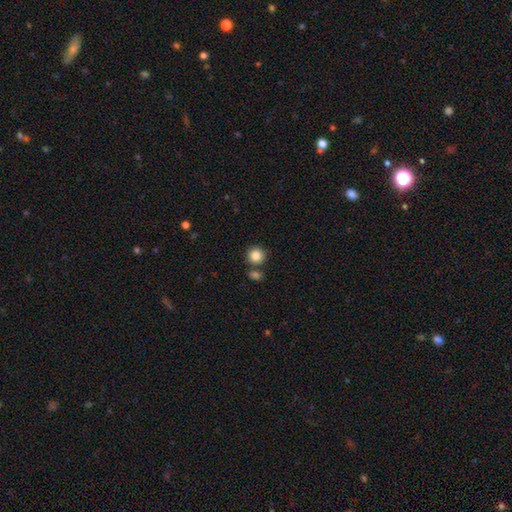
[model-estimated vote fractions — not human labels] A smooth galaxy with no disk features (85%) that is round (91%).

Vote fractions:
- Smooth or featured? smooth: 85% / star or artifact: 10% / featured or disk: 6%
- How rounded? round: 91% / in between: 8% / cigar-shaped: 1%
- Merging? none: 76% / merger: 13% / minor disturbance: 8% / major disturbance: 3%